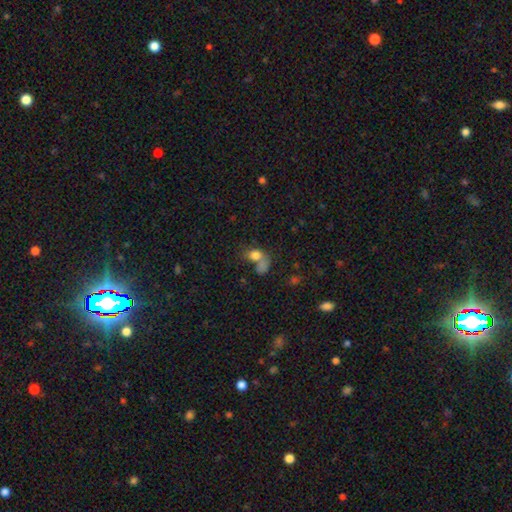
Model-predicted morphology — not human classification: This is likely a smooth galaxy (74%). How rounded: likely in between (62%). Merging: possibly merger (49%).